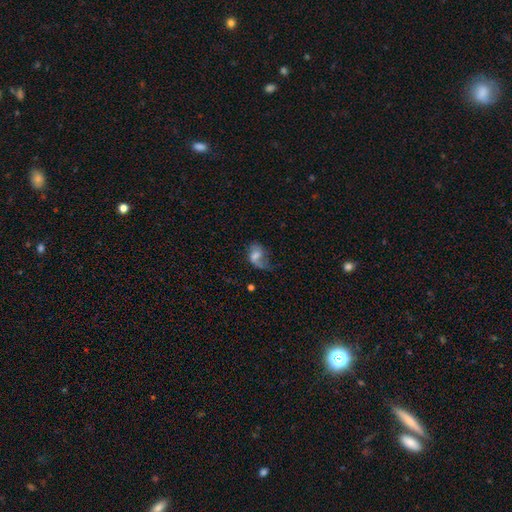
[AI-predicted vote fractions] A featured or disk galaxy (51%). Merging: major disturbance (39%).